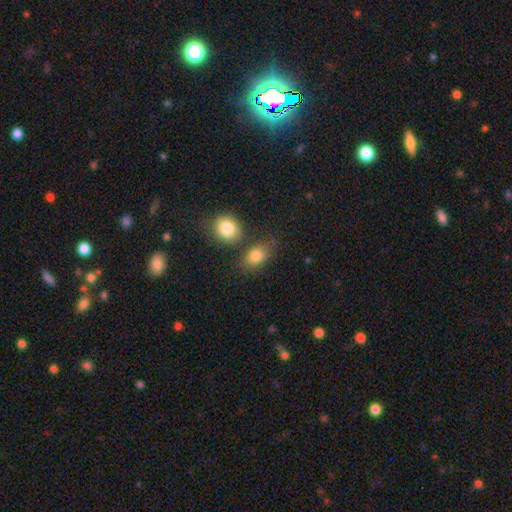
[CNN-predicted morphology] A smooth galaxy with no disk features (82%) that is in between round and cigar-shaped (73%). Merging: none (64%).